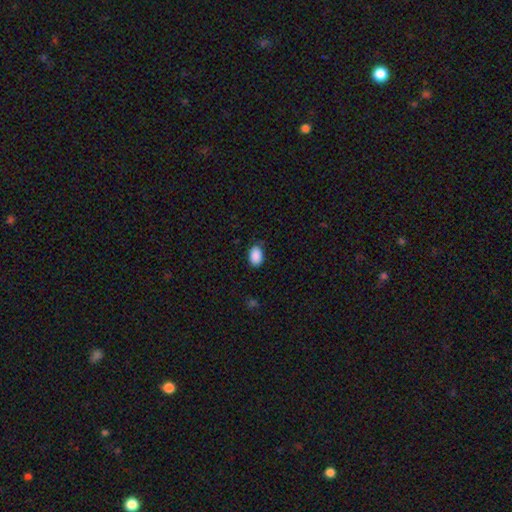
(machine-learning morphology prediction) Smooth or featured? smooth (90%)
How rounded? in between (88%)
Merging? none (82%)